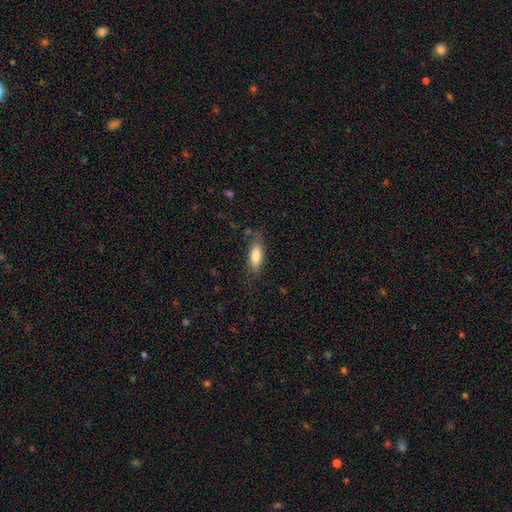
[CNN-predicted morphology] Q: Smooth or featured?
A: smooth (80%); runner-up: featured or disk (13%)
Q: How rounded?
A: in between (68%); runner-up: cigar-shaped (30%)
Q: Merging?
A: none (74%); runner-up: minor disturbance (19%)